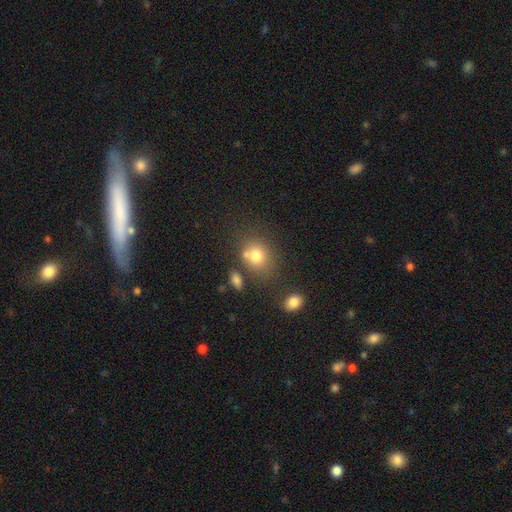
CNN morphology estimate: Overall: smooth (76%). How rounded: round (63%; in between 36%). Merging: none (58%; merger 20%).